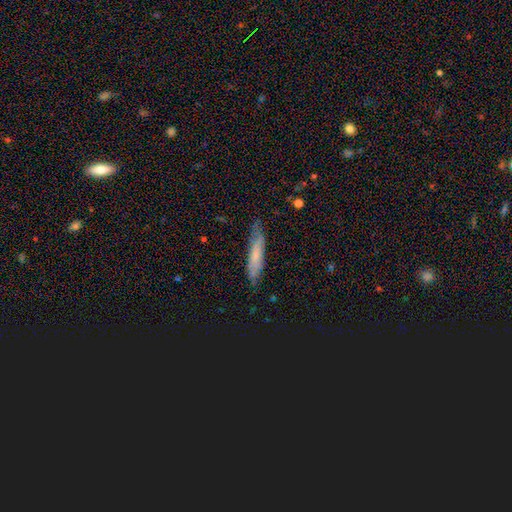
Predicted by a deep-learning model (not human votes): Overall: smooth (59%; featured or disk 33%). How rounded: cigar-shaped (85%). Merging: none (76%).